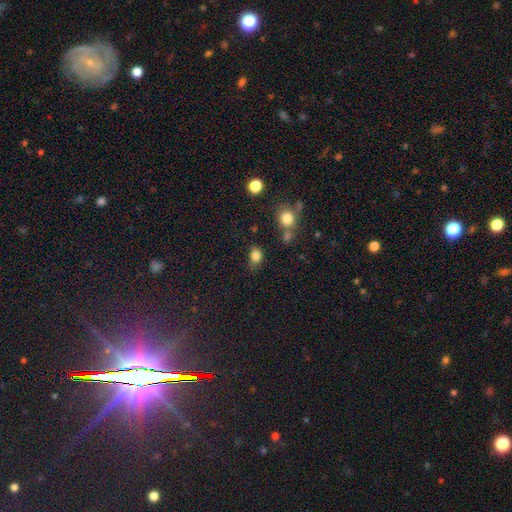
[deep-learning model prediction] This appears to be a smooth galaxy with no disk features (82%) that is in between round and cigar-shaped (63%). Merging: none (57%).